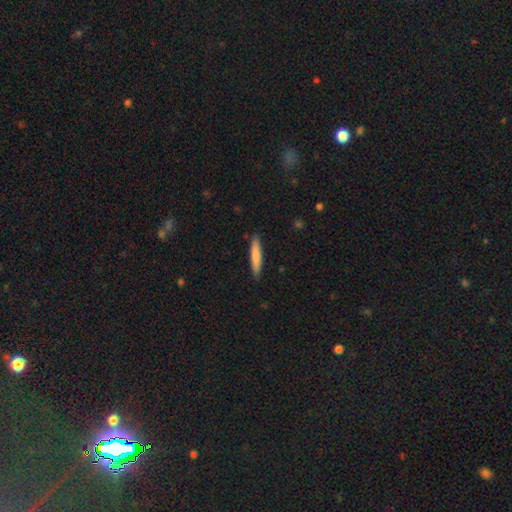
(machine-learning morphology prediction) A smooth galaxy with no disk features (79%) that is cigar-shaped (90%).

Vote fractions:
- Smooth or featured? smooth: 79% / featured or disk: 16% / star or artifact: 5%
- How rounded? cigar-shaped: 90% / in between: 9% / round: 1%
- Merging? none: 89% / minor disturbance: 9% / major disturbance: 2% / merger: 1%